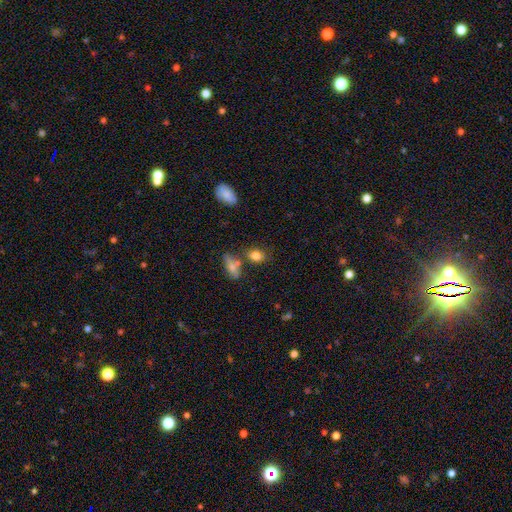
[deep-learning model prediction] Smooth or featured: smooth — 82% (star or artifact — 10%)
How rounded: in between — 64% (round — 33%)
Merging: none — 66% (merger — 15%)